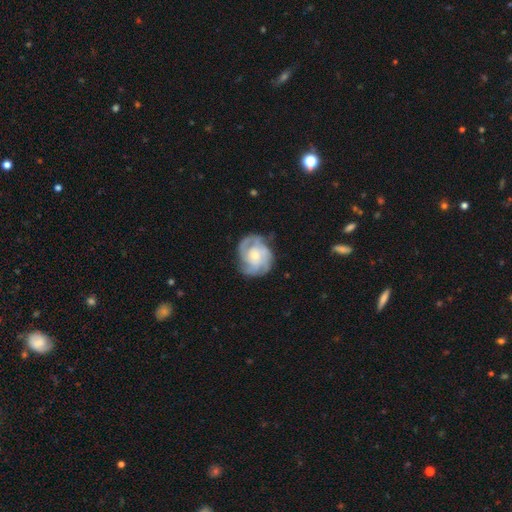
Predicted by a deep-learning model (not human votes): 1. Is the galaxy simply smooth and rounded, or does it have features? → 79% featured or disk, 15% smooth, 6% star or artifact.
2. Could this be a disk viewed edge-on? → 98% no, 2% yes.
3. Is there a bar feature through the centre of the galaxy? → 77% no, 20% weak, 3% strong.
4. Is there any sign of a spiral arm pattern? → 93% yes, 7% no.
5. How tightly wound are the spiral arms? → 54% tight, 36% medium, 10% loose.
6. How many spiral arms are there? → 32% 3, 27% can't tell, 16% 4, 14% 2, 6% more than 4, 6% 1.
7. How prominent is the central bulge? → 53% small, 40% moderate, 4% large, 3% none, 1% dominant.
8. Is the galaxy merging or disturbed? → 67% none, 21% minor disturbance, 10% major disturbance, 1% merger.